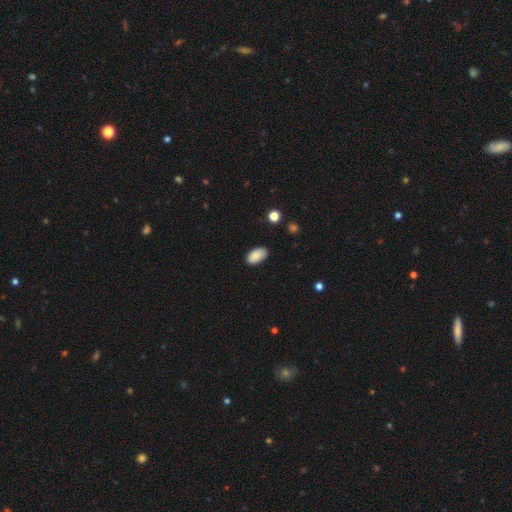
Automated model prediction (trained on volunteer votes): The model was most divided on "merging": none: 86%, minor disturbance: 11%, major disturbance: 2%, merger: 1%. More confident: how rounded — in between (95%); smooth or featured — smooth (87%).